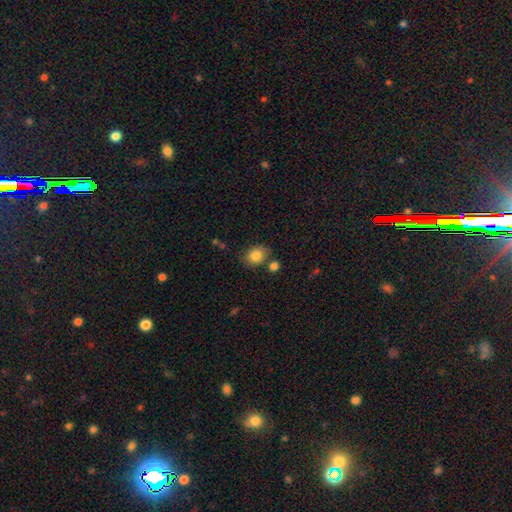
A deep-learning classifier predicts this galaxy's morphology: Smooth or featured? Predicted: smooth (p=0.83). How rounded? Predicted: round (p=0.50). Merging? Predicted: none (p=0.72).